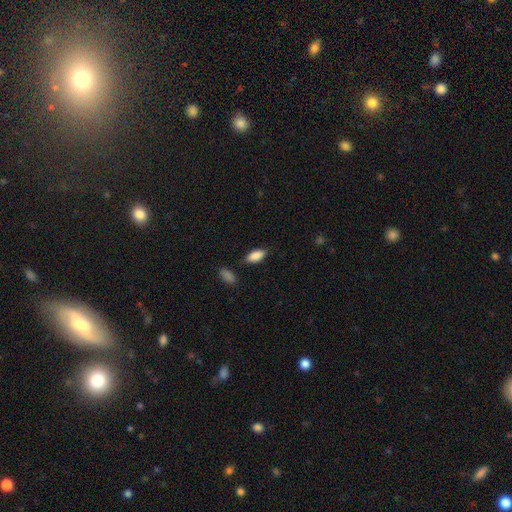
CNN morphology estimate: Overall: smooth (88%). How rounded: in between (86%). Merging: none (78%).